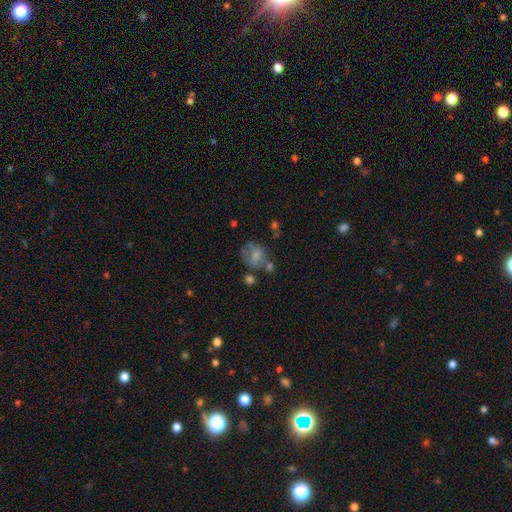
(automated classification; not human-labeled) Smooth or featured?
  - smooth: 58% *
  - featured or disk: 31%
  - star or artifact: 11%
How rounded?
  - round: 54% *
  - in between: 44%
  - cigar-shaped: 1%
Merging?
  - none: 39% *
  - minor disturbance: 23%
  - major disturbance: 21%
  - merger: 17%